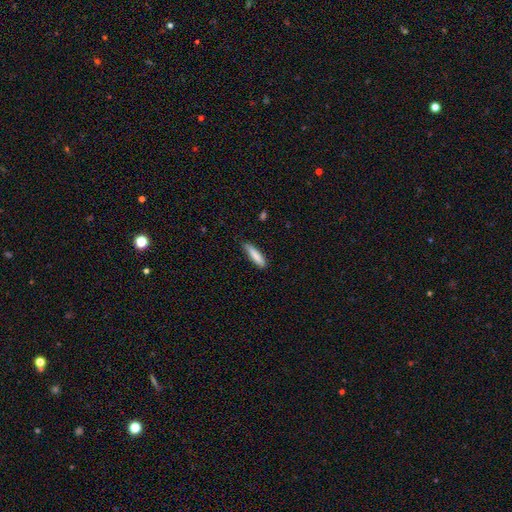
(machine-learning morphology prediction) A smooth galaxy with no disk features (83%) that is cigar-shaped (81%). Merging: none (81%).